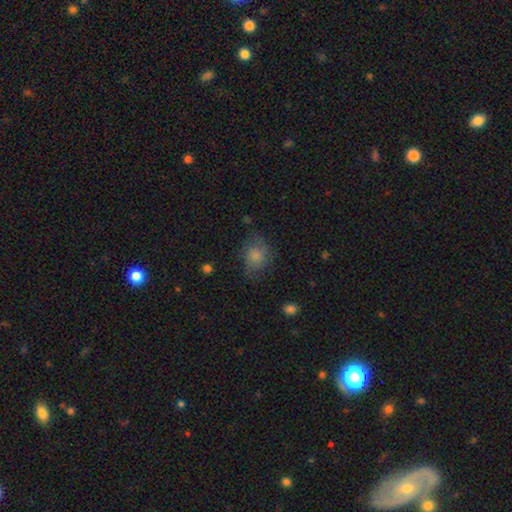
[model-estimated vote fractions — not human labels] Morphology: type=smooth (76%); roundness=round (53%); merging=none (59%).